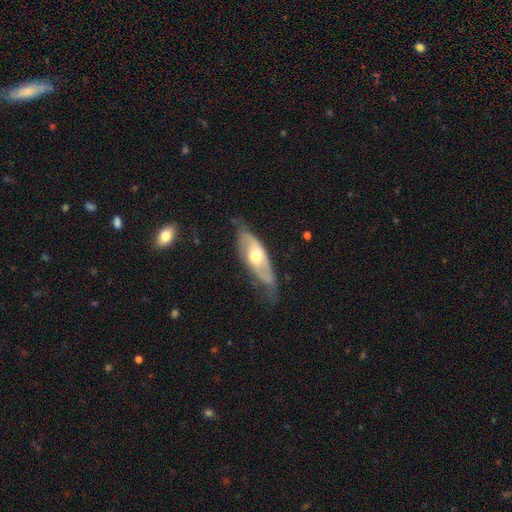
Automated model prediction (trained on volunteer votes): Smooth or featured?
  - featured or disk: 60% *
  - smooth: 35%
  - star or artifact: 5%
Edge-on disk?
  - no: 75% *
  - yes: 25%
Merging?
  - none: 58% *
  - minor disturbance: 29%
  - major disturbance: 12%
  - merger: 2%